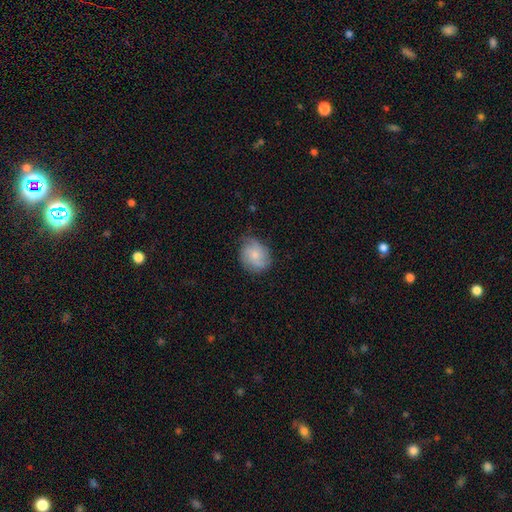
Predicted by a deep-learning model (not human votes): This is likely a smooth galaxy (66%). How rounded: likely round (64%). Merging: likely none (67%).